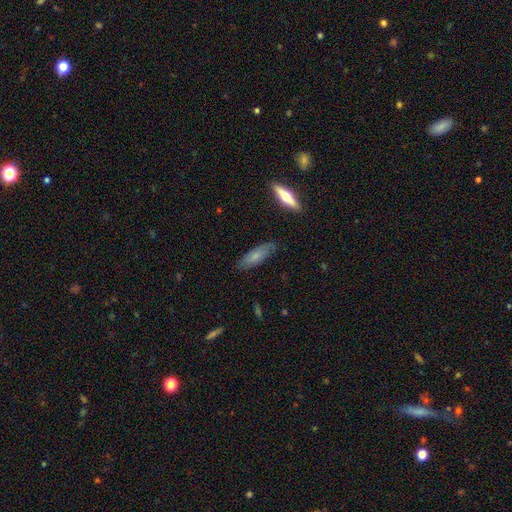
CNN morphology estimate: smooth_or_featured: smooth (p=0.65) [alt: featured or disk p=0.28]
how_rounded: cigar-shaped (p=0.50) [alt: in between p=0.48]
merging: none (p=0.77) [alt: minor disturbance p=0.18]